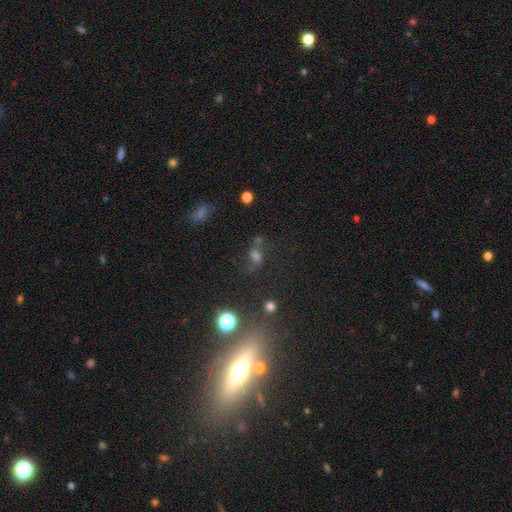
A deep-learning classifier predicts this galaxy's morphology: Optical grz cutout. It shows a smooth galaxy with no disk features (43%). Merging: none (55%).